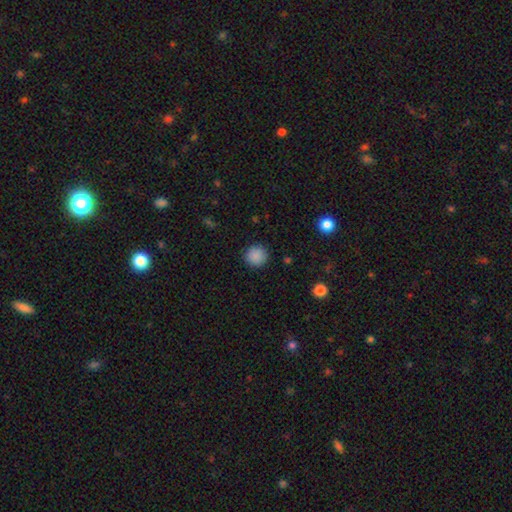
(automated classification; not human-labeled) Morphology: type=smooth (88%); roundness=round (94%); merging=none (91%).